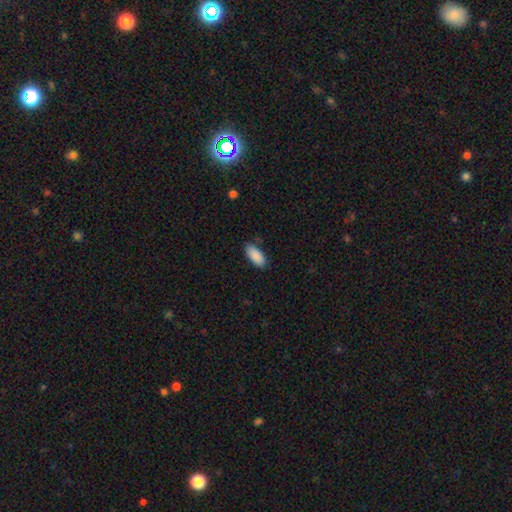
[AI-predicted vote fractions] smooth_or_featured: smooth (p=0.90) [alt: star or artifact p=0.06]
how_rounded: in between (p=0.89) [alt: cigar-shaped p=0.09]
merging: none (p=0.82) [alt: minor disturbance p=0.14]